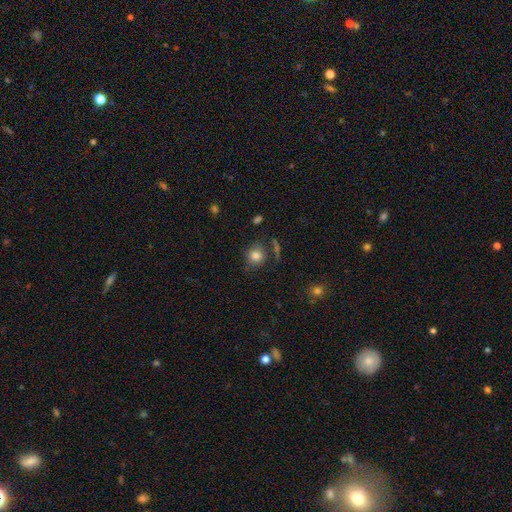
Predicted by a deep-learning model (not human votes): Smooth or featured? Predicted: smooth (p=0.82). How rounded? Predicted: round (p=0.80). Merging? Predicted: none (p=0.71).